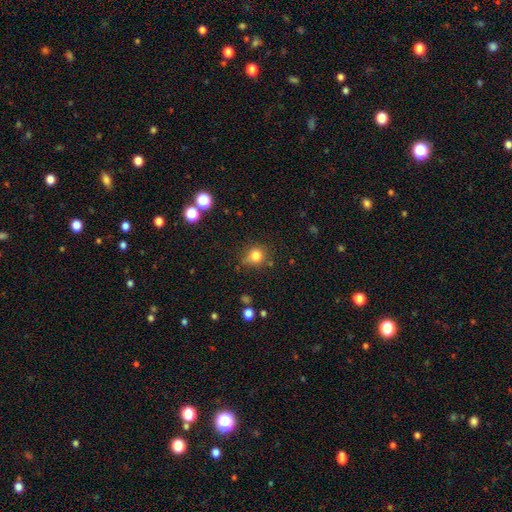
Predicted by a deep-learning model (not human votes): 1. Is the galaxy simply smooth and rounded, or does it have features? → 80% smooth, 13% star or artifact, 6% featured or disk.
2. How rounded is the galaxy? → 82% round, 17% in between, 1% cigar-shaped.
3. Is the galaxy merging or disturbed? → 69% none, 20% minor disturbance, 6% major disturbance, 5% merger.